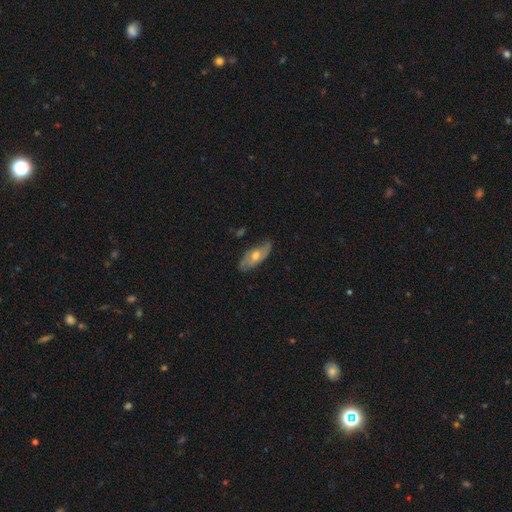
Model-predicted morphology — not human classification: The model was most divided on "smooth or featured": featured or disk: 53%, smooth: 41%, star or artifact: 6%. More confident: merging — none (74%); edge-on disk — no (73%).